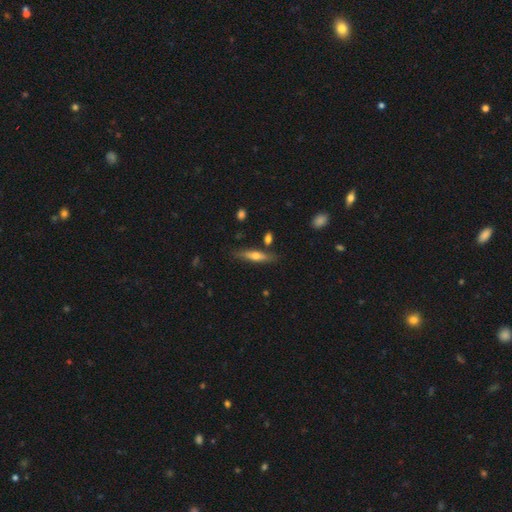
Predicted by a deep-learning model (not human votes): Morphology: type=featured or disk (51%); edge-on=yes (92%); merging=none (79%).